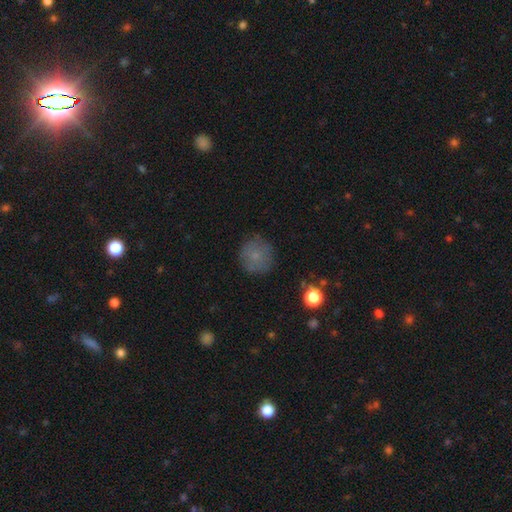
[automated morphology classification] The model was most divided on "smooth or featured": smooth: 74%, featured or disk: 14%, star or artifact: 12%. More confident: how rounded — round (91%); merging — none (80%).